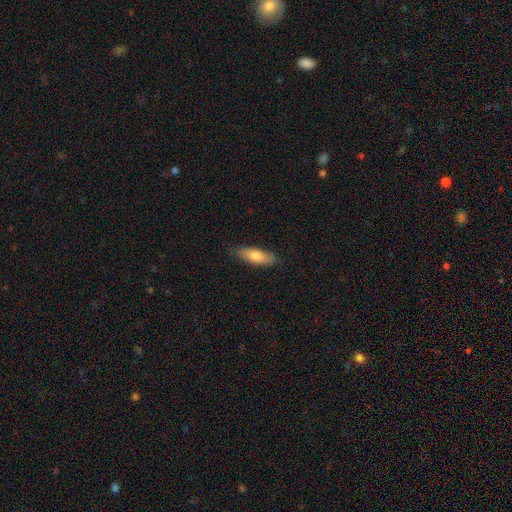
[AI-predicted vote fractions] A smooth galaxy with no disk features (74%) that is in between round and cigar-shaped (56%).

Vote fractions:
- Smooth or featured? smooth: 74% / featured or disk: 20% / star or artifact: 6%
- How rounded? in between: 56% / cigar-shaped: 42% / round: 2%
- Merging? none: 81% / minor disturbance: 15% / major disturbance: 2% / merger: 1%